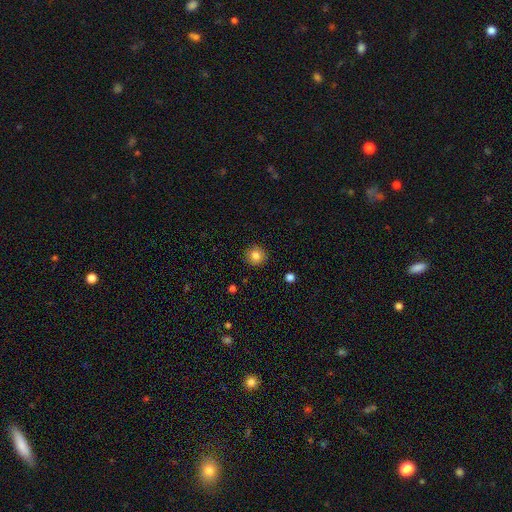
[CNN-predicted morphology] Smooth or featured? smooth (82%)
How rounded? round (92%)
Merging? none (91%)